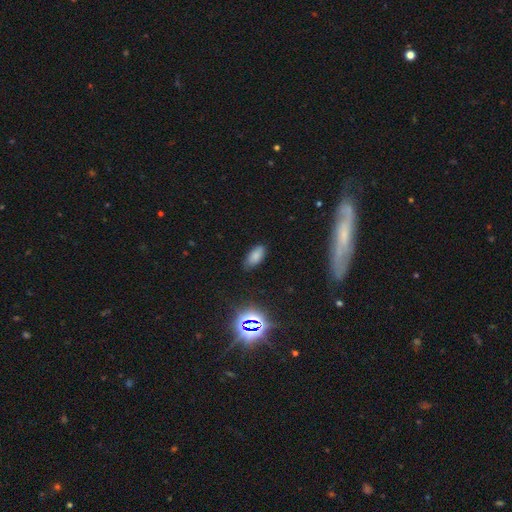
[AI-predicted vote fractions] This appears to be a smooth galaxy with no disk features (78%) that is in between round and cigar-shaped (90%). Merging: none (82%).